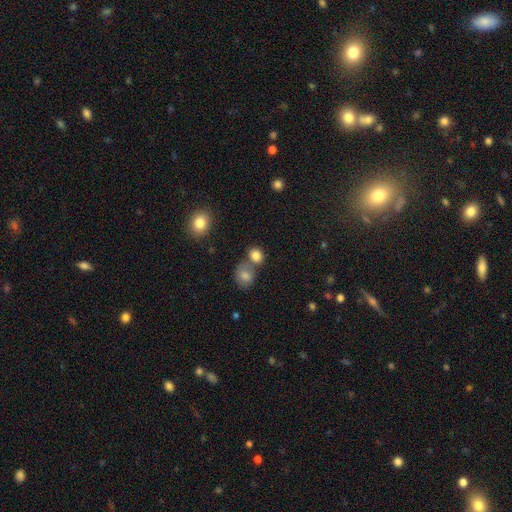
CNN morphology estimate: Q: Smooth or featured?
A: smooth (83%); runner-up: star or artifact (11%)
Q: How rounded?
A: round (69%); runner-up: in between (30%)
Q: Merging?
A: none (56%); runner-up: merger (31%)